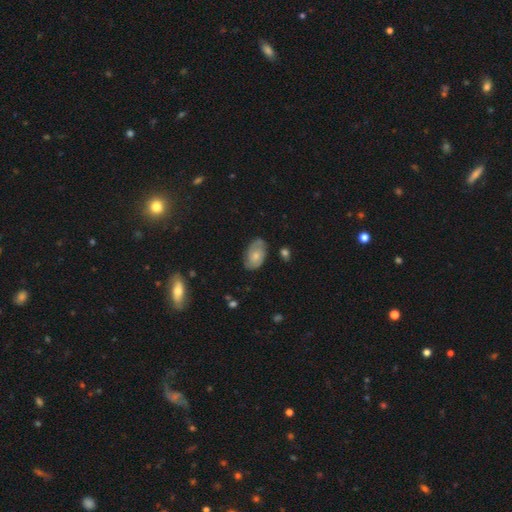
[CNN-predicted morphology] The model was most divided on "smooth or featured" (2-way tie): featured or disk: 46%, smooth: 46%, star or artifact: 7%. More confident: merging — none (72%).